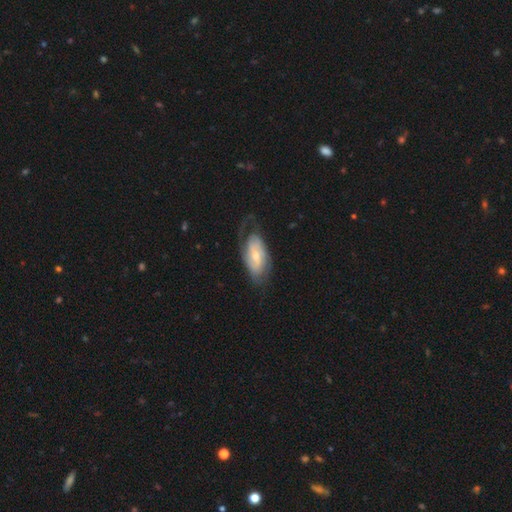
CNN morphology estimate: featured or disk 66%, smooth 28%, star or artifact 6%. Down the decision tree: edge-on disk — no (92%); bar — weak (44%); spiral arms — yes (85%); spiral arm count — 2 (49%); spiral winding — tight (43%); bulge size — small (49%); merging — none (55%).